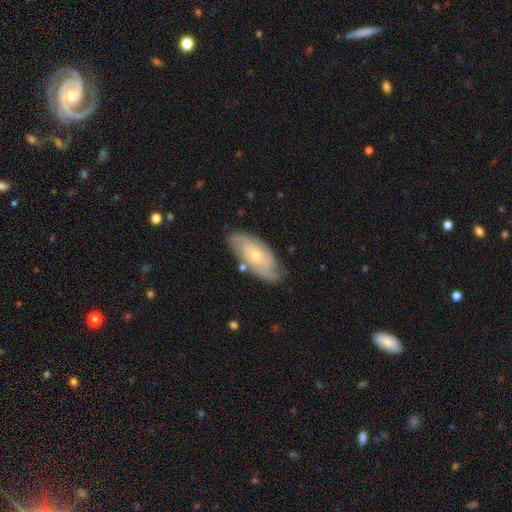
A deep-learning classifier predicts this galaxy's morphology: type=featured or disk (69%); edge-on=no (91%); bar=no (75%); spiral arms=yes (88%); winding=tight (55%); arm count=2 (44%); bulge=small (63%); merging=none (77%).